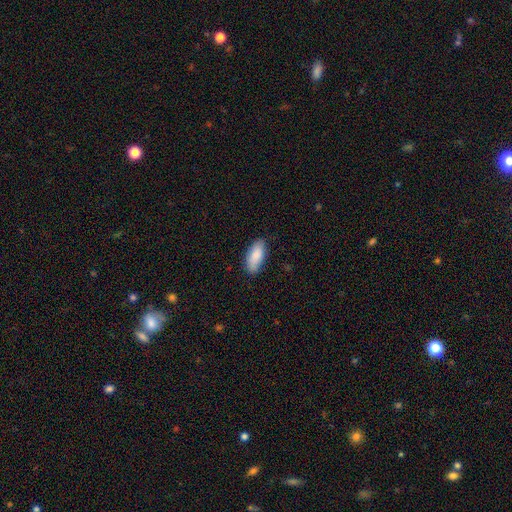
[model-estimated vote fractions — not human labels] smooth 86%, featured or disk 8%, star or artifact 6%. Down the decision tree: how rounded — in between (89%); merging — none (81%).